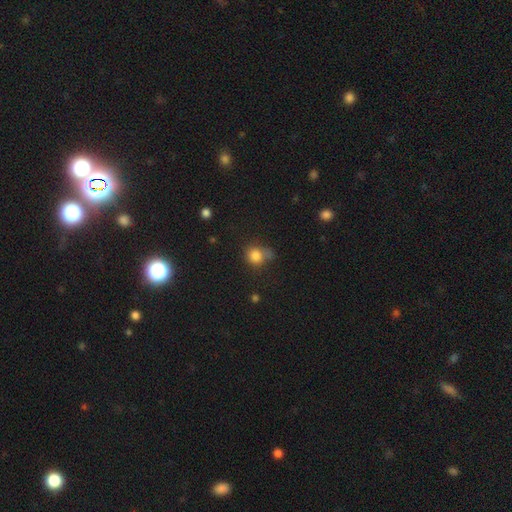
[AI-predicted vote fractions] smooth 82%, star or artifact 11%, featured or disk 7%. Down the decision tree: how rounded — round (78%); merging — none (54%).